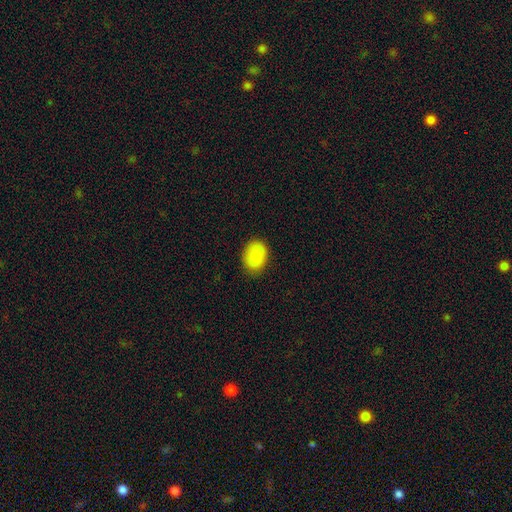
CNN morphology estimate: smooth 88%, star or artifact 8%, featured or disk 4%. Down the decision tree: how rounded — in between (68%); merging — none (83%).